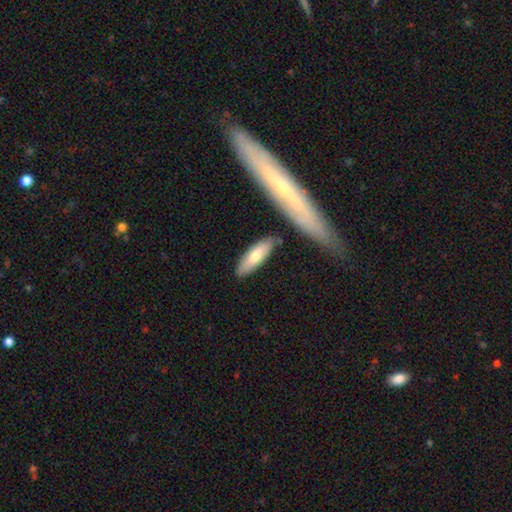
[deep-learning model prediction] Smooth or featured? Predicted: smooth (p=0.66). How rounded? Predicted: in between (p=0.52). Merging? Predicted: none (p=0.76).